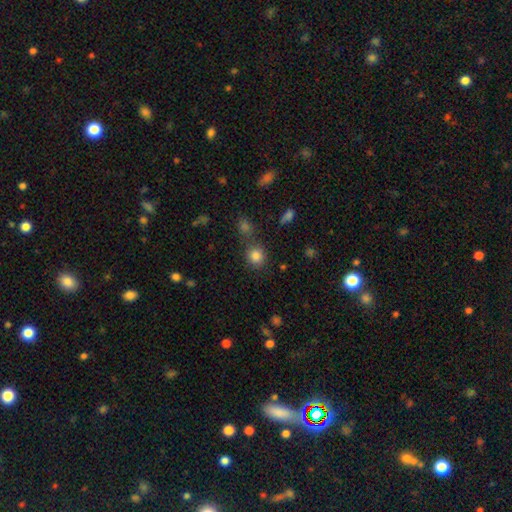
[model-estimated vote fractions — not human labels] The model was most divided on "merging": none: 67%, merger: 18%, minor disturbance: 11%, major disturbance: 5%. More confident: smooth or featured — smooth (83%); how rounded — round (83%).